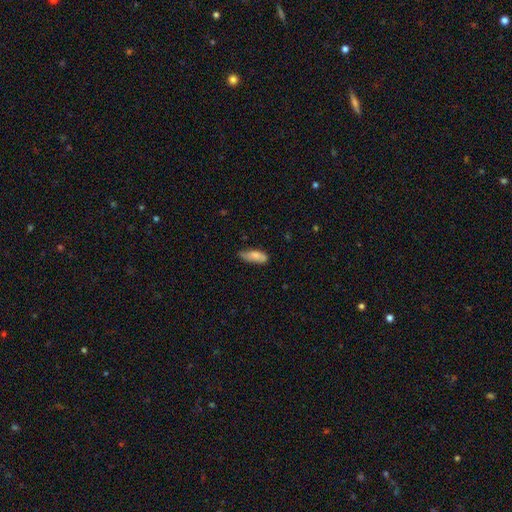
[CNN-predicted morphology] Q: Smooth or featured?
A: smooth (78%); runner-up: featured or disk (15%)
Q: How rounded?
A: in between (66%); runner-up: cigar-shaped (32%)
Q: Merging?
A: none (57%); runner-up: minor disturbance (34%)